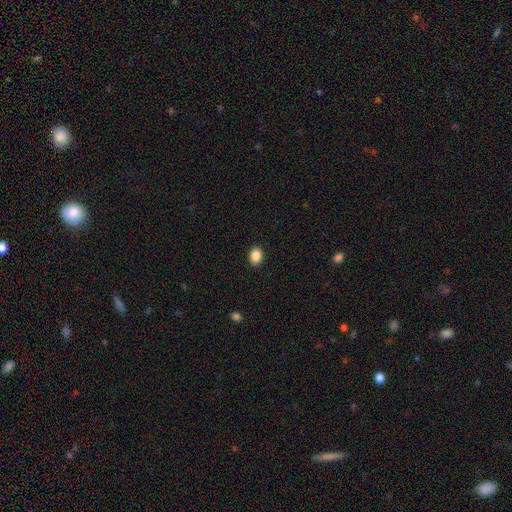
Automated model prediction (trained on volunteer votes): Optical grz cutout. It shows a smooth galaxy with no disk features (88%) that is in between round and cigar-shaped (66%). Merging: none (91%).